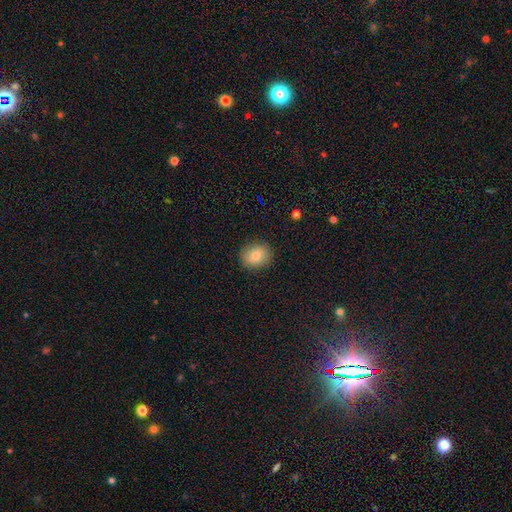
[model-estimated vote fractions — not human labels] This is likely a smooth galaxy (77%). How rounded: likely round (66%). Merging: clearly none (88%).